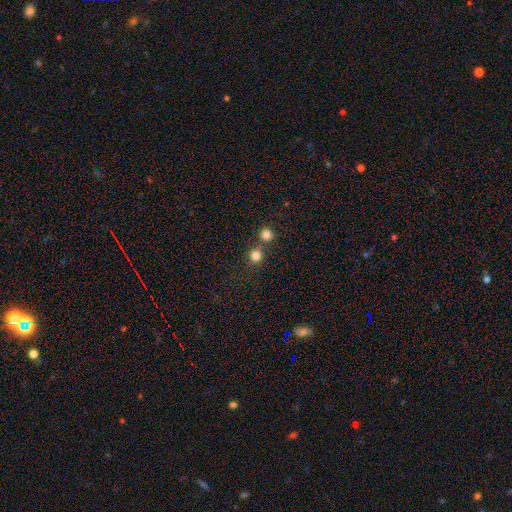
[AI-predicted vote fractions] A smooth galaxy with no disk features (80%) that is round (92%). Merging: none (65%).